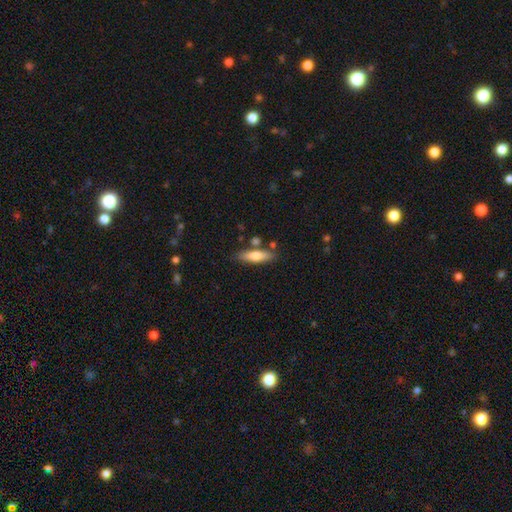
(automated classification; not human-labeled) Morphology: type=smooth (63%); roundness=cigar-shaped (65%); merging=none (77%).